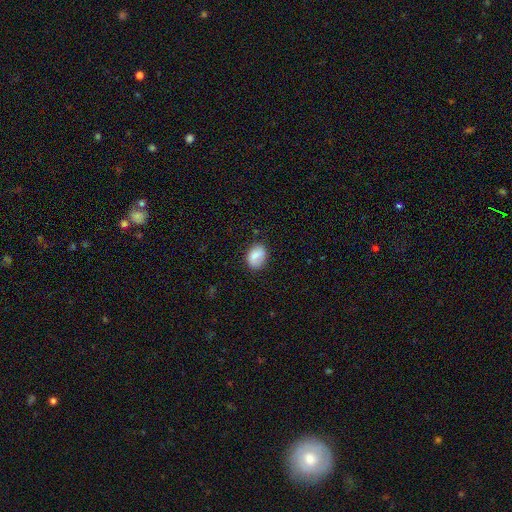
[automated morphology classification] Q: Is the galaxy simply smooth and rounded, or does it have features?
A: smooth — 72%.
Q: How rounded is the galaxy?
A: in between — 65%.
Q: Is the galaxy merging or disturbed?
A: none — 75%.